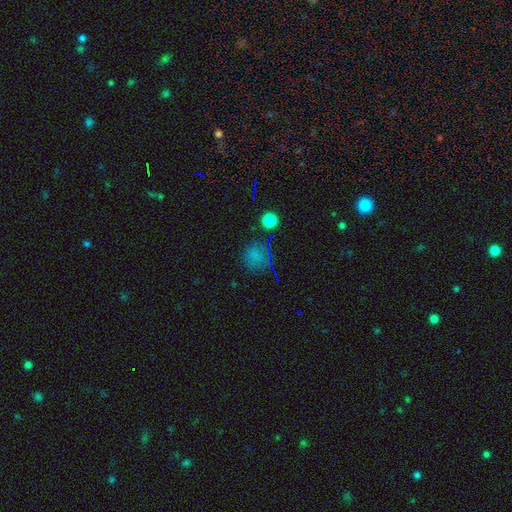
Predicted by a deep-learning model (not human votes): Smooth or featured? smooth (57%)
How rounded? round (90%)
Merging? none (79%)